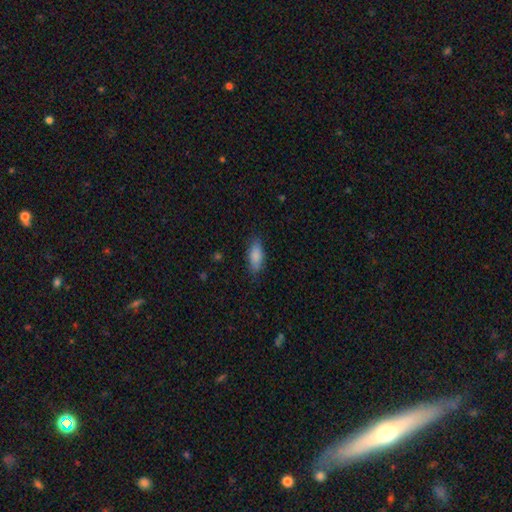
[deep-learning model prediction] The model was most divided on "how rounded": in between: 80%, cigar-shaped: 18%, round: 2%. More confident: smooth or featured — smooth (86%); merging — none (82%).